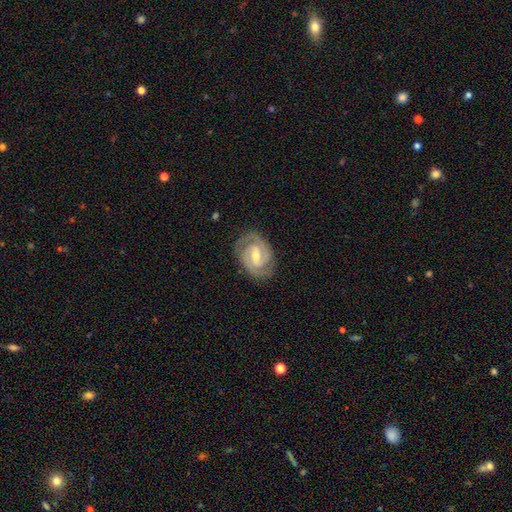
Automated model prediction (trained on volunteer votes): A featured or disk galaxy (90%) with a weak bar (52%), 2 (85%) tight (63%) spiral arms (98%) and a moderate central bulge (56%).

Vote fractions:
- Smooth or featured? featured or disk: 90% / smooth: 6% / star or artifact: 4%
- Edge-on disk? no: 97% / yes: 3%
- Bar? weak: 52% / strong: 30% / no: 18%
- Spiral arms? yes: 98% / no: 2%
- Spiral winding? tight: 63% / medium: 33% / loose: 4%
- Spiral arm count? 2: 85% / 3: 7% / can't tell: 4% / 1: 1% / 4: 1% / more than 4: 1%
- Bulge size? moderate: 56% / small: 39% / large: 3% / none: 2% / dominant: 1%
- Merging? none: 83% / minor disturbance: 12% / major disturbance: 3% / merger: 1%